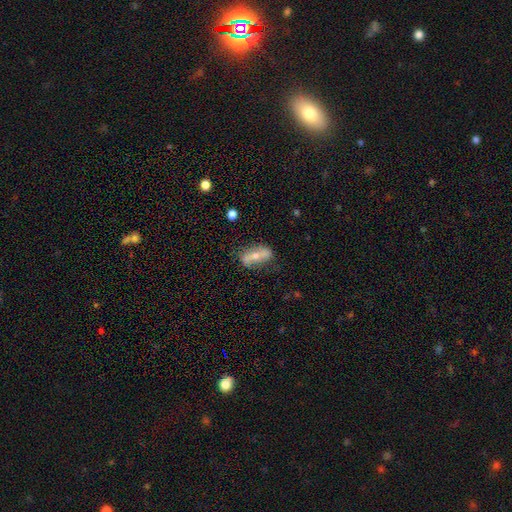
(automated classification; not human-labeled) A featured or disk galaxy (57%).

Vote fractions:
- Smooth or featured? featured or disk: 57% / smooth: 35% / star or artifact: 7%
- Edge-on disk? no: 76% / yes: 24%
- Merging? none: 70% / minor disturbance: 20% / major disturbance: 7% / merger: 3%